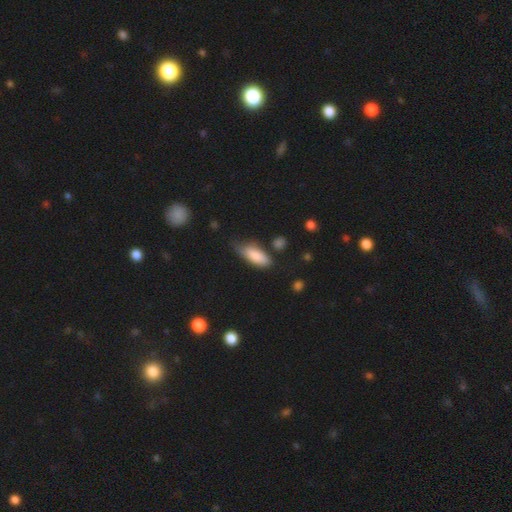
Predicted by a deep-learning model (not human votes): The model was most divided on "merging": none: 54%, minor disturbance: 34%, major disturbance: 8%, merger: 4%. More confident: smooth or featured — smooth (84%); how rounded — in between (78%).